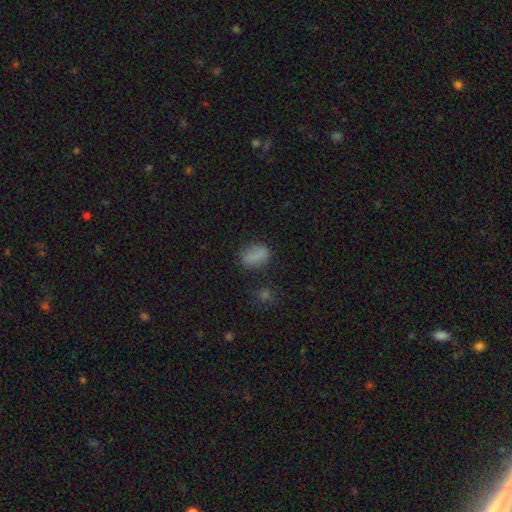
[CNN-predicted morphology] Q: Smooth or featured?
A: smooth (80%); runner-up: star or artifact (13%)
Q: How rounded?
A: in between (81%); runner-up: round (15%)
Q: Merging?
A: none (72%); runner-up: minor disturbance (18%)